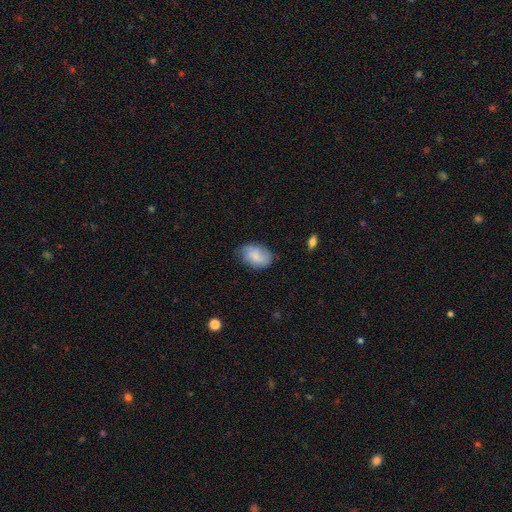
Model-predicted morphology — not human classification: This appears to be a smooth galaxy with no disk features (74%) that is in between round and cigar-shaped (84%). Merging: none (71%).